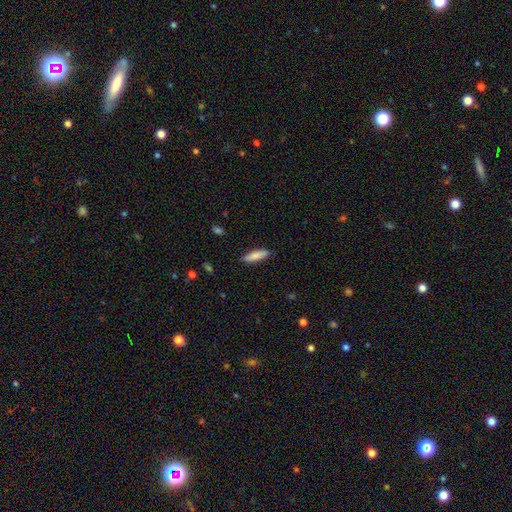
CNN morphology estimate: Smooth or featured: smooth — 84% (featured or disk — 10%)
How rounded: cigar-shaped — 64% (in between — 35%)
Merging: none — 87% (minor disturbance — 10%)